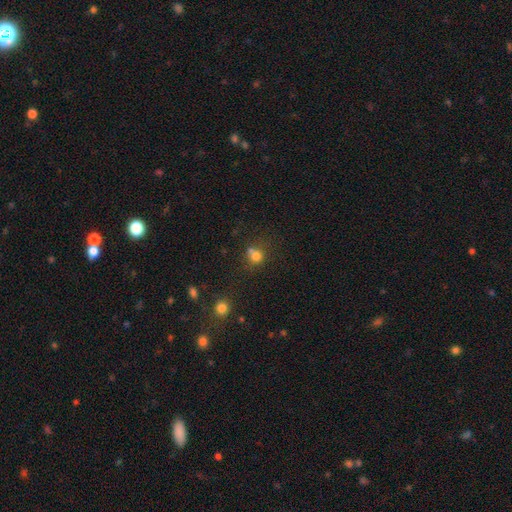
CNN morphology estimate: This appears to be a smooth galaxy with no disk features (75%) that is round (81%). Merging: none (50%).